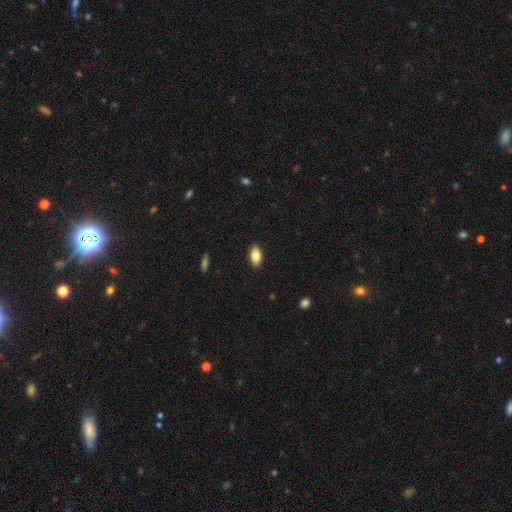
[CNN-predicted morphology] Smooth or featured?
  - smooth: 81% *
  - featured or disk: 12%
  - star or artifact: 7%
How rounded?
  - in between: 92% *
  - cigar-shaped: 5%
  - round: 4%
Merging?
  - none: 90% *
  - minor disturbance: 8%
  - major disturbance: 2%
  - merger: 1%